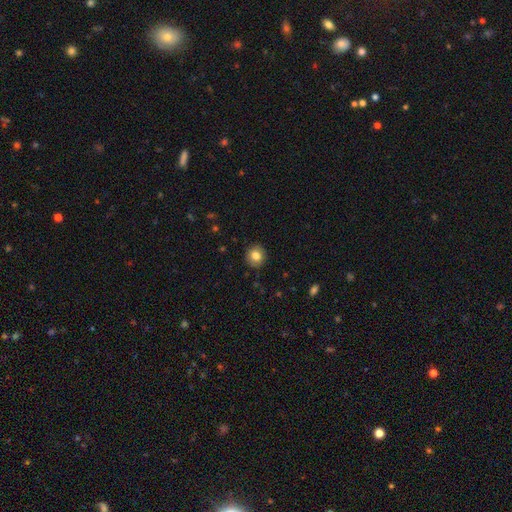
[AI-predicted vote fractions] Smooth or featured?
  - smooth: 82% *
  - featured or disk: 9%
  - star or artifact: 9%
How rounded?
  - round: 85% *
  - in between: 14%
  - cigar-shaped: 1%
Merging?
  - none: 90% *
  - minor disturbance: 7%
  - major disturbance: 2%
  - merger: 1%